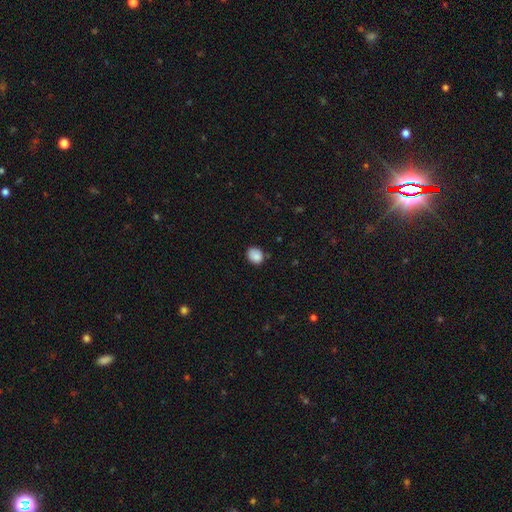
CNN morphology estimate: A smooth galaxy with no disk features (87%) that is round (52%). Merging: none (75%).